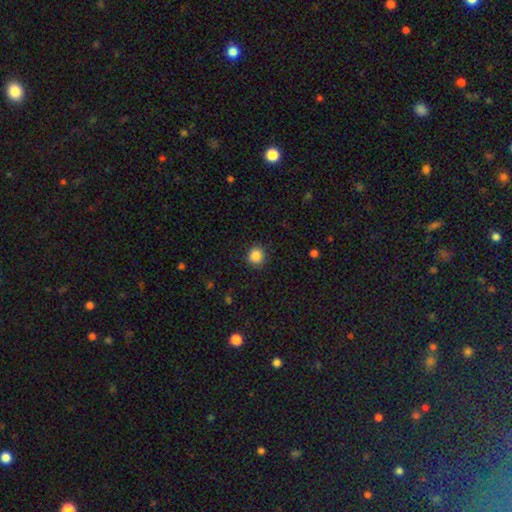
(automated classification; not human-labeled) A smooth galaxy with no disk features (86%) that is round (87%).

Vote fractions:
- Smooth or featured? smooth: 86% / star or artifact: 10% / featured or disk: 4%
- How rounded? round: 87% / in between: 12% / cigar-shaped: 1%
- Merging? none: 85% / minor disturbance: 11% / major disturbance: 3% / merger: 1%